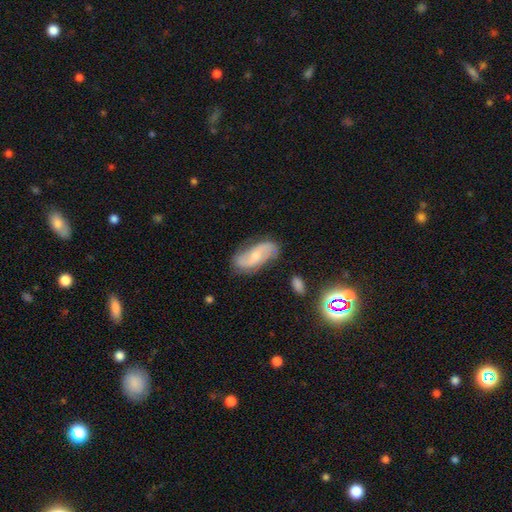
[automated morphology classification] Smooth or featured? Predicted: featured or disk (p=0.71). Edge-on disk? Predicted: no (p=0.93). Bar? Predicted: no (p=0.52). Spiral arms? Predicted: yes (p=0.92). Spiral winding? Predicted: loose (p=0.48). Spiral arm count? Predicted: 2 (p=0.87). Bulge size? Predicted: small (p=0.51). Merging? Predicted: none (p=0.77).